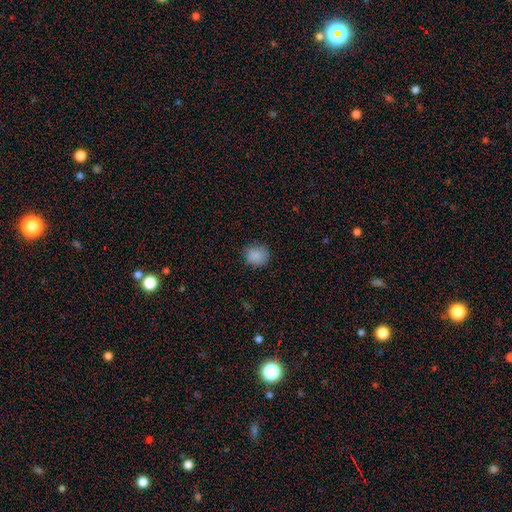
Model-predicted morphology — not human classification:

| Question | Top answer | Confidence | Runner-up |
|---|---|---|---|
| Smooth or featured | smooth | 87% | star or artifact (9%) |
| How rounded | round | 82% | in between (18%) |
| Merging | none | 82% | minor disturbance (14%) |